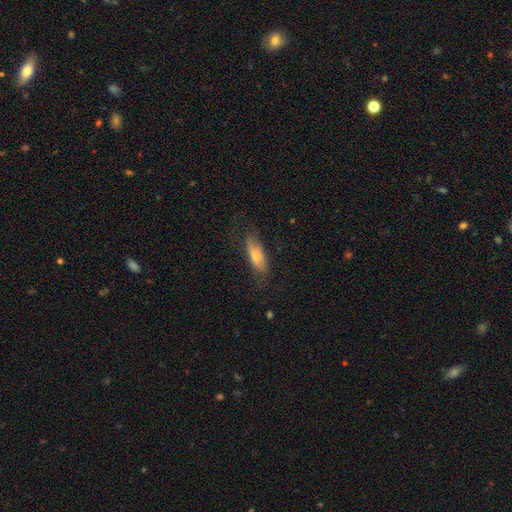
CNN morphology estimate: Smooth or featured: smooth — 64% (featured or disk — 28%)
How rounded: in between — 56% (cigar-shaped — 42%)
Merging: none — 67% (minor disturbance — 22%)